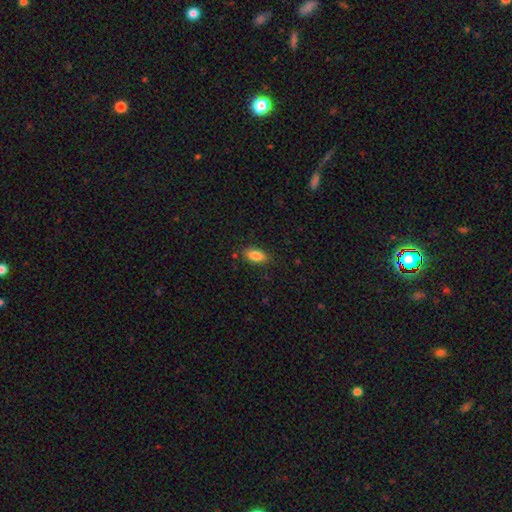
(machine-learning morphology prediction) This appears to be a smooth galaxy with no disk features (85%) that is in between round and cigar-shaped (87%). Merging: none (84%).